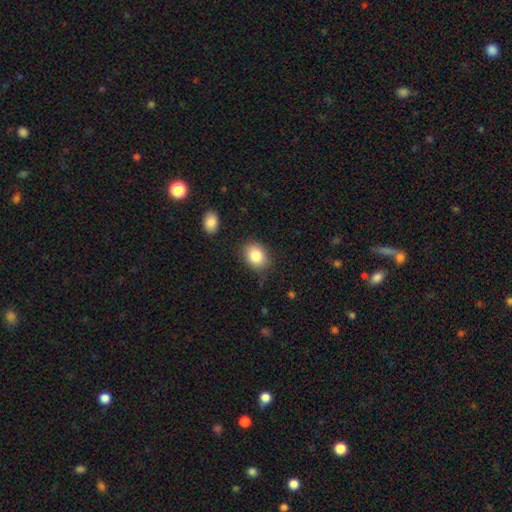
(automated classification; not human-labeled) smooth 84%, star or artifact 8%, featured or disk 7%. Down the decision tree: how rounded — in between (60%); merging — none (78%).